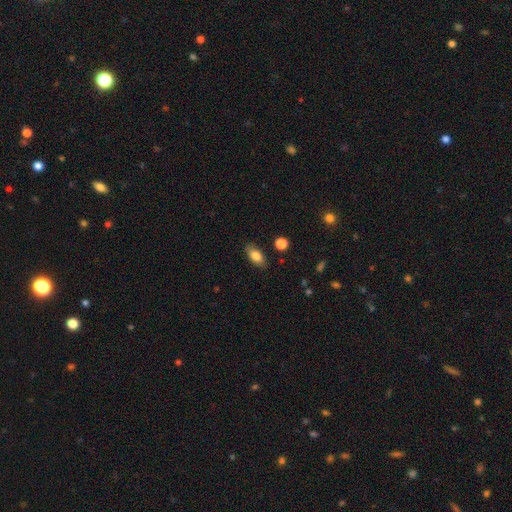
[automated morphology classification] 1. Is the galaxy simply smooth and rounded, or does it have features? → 80% smooth, 13% featured or disk, 8% star or artifact.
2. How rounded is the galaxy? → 85% in between, 9% cigar-shaped, 5% round.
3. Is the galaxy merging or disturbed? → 84% none, 11% minor disturbance, 3% major disturbance, 2% merger.